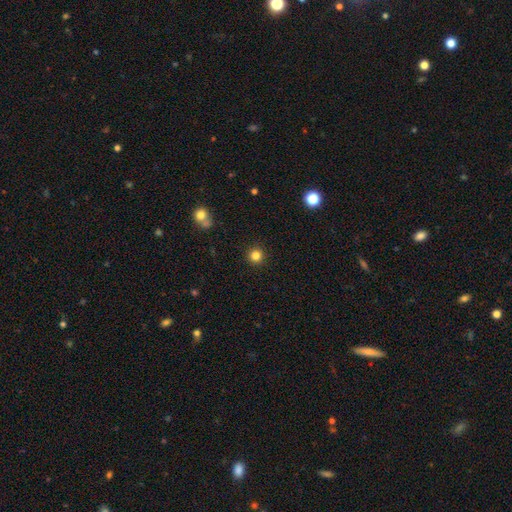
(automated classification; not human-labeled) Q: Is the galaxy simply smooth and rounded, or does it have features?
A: smooth — 83%.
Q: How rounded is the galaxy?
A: round — 95%.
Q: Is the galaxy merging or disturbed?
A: none — 92%.